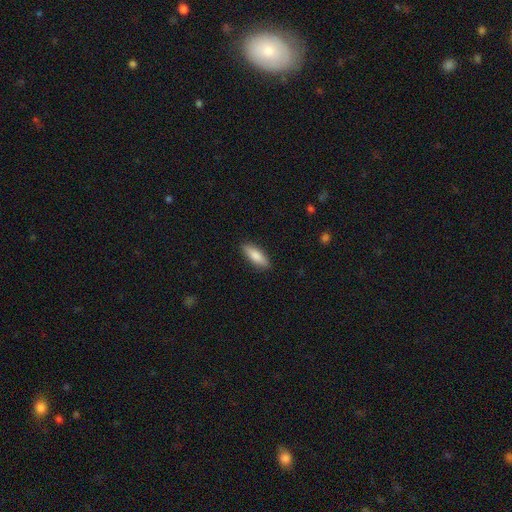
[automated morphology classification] smooth-or-featured: smooth: 82% | featured or disk: 12% | star or artifact: 6%
  how-rounded: in between: 57% | cigar-shaped: 41% | round: 2%
  merging: none: 89% | minor disturbance: 8% | major disturbance: 2% | merger: 1%